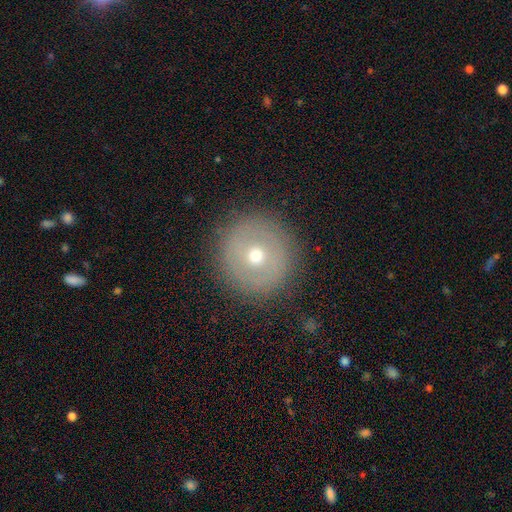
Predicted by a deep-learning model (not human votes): Smooth or featured: smooth — 54% (featured or disk — 35%)
How rounded: round — 94% (in between — 5%)
Merging: none — 89% (minor disturbance — 7%)